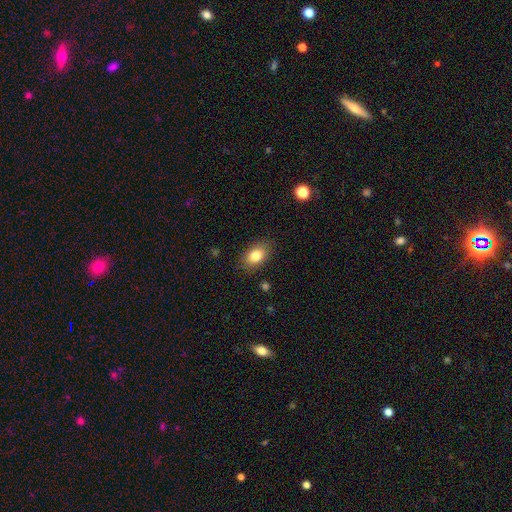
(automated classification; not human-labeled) Smooth or featured: smooth — 81% (featured or disk — 10%)
How rounded: in between — 83% (round — 15%)
Merging: none — 84% (minor disturbance — 12%)